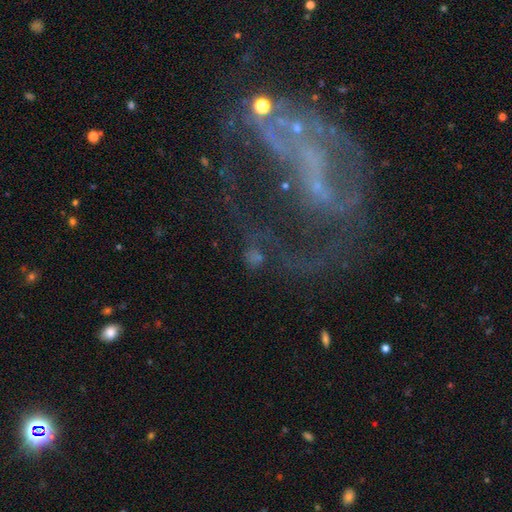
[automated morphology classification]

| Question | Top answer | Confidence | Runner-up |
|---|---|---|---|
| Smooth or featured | star or artifact | 42% | smooth (32%) |